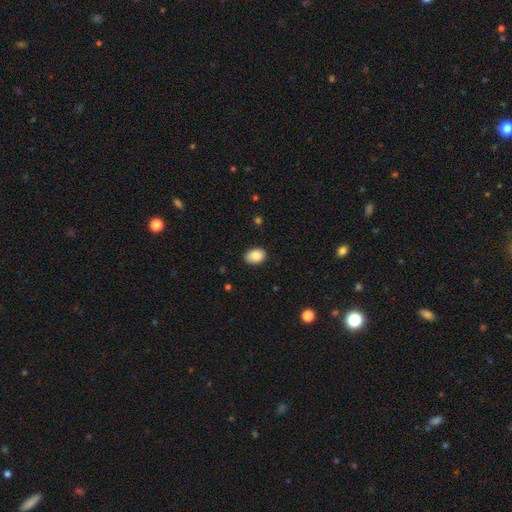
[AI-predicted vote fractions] Overall: smooth (88%). How rounded: in between (74%). Merging: none (86%).